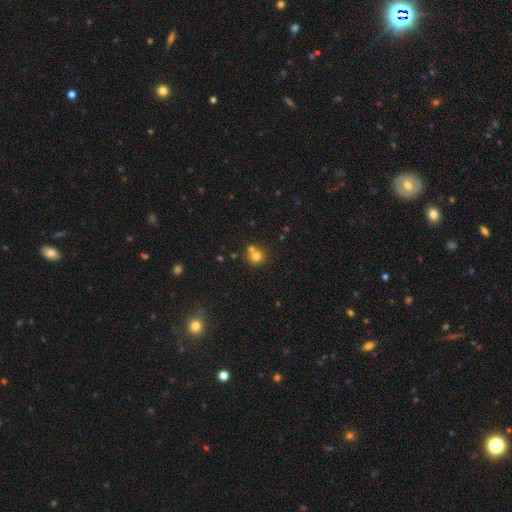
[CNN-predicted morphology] Smooth or featured: smooth — 74% (star or artifact — 15%)
How rounded: round — 88% (in between — 11%)
Merging: none — 55% (merger — 35%)